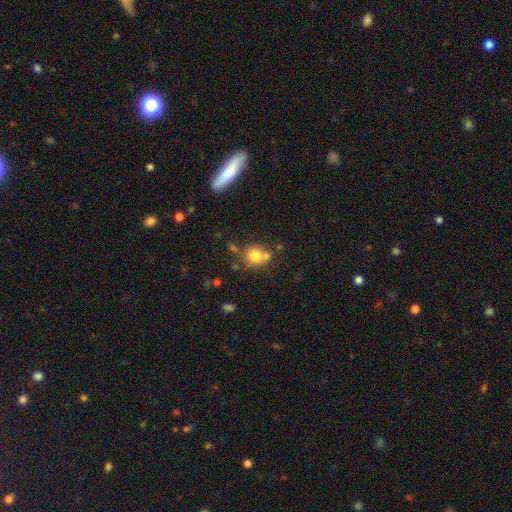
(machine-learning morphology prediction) Overall: smooth (77%). How rounded: round (82%). Merging: none (54%; merger 29%).